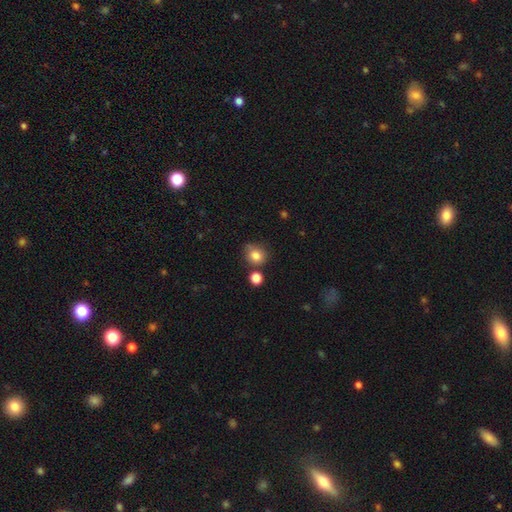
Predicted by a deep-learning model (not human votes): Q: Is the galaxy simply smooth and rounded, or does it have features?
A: smooth — 82%.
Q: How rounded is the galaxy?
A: round — 80%.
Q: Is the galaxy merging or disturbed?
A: none — 68%.